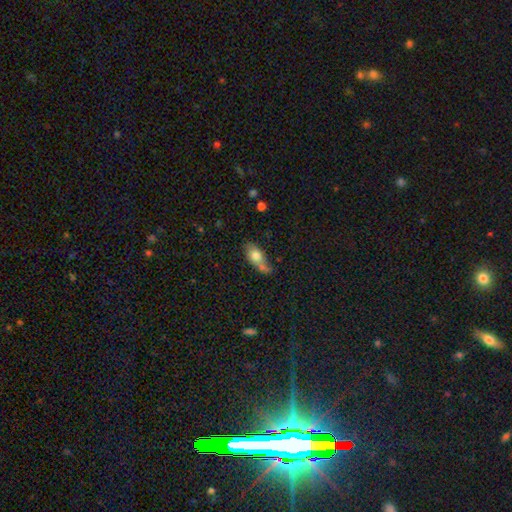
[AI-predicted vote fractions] A smooth galaxy with no disk features (70%) that is in between round and cigar-shaped (82%). Merging: none (42%).